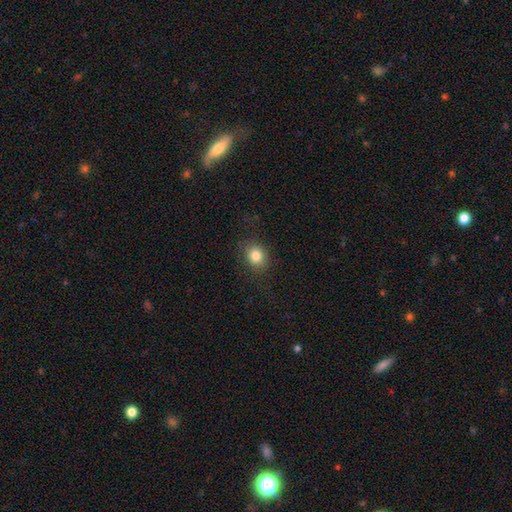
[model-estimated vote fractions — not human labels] This appears to be a smooth galaxy with no disk features (83%) that is round (61%). Merging: none (83%).